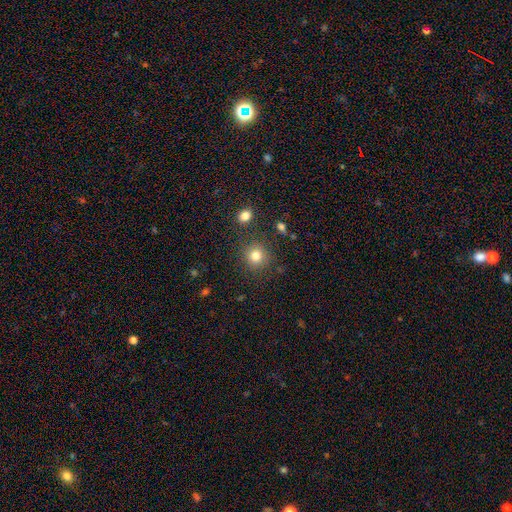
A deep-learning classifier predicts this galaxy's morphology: A smooth galaxy with no disk features (81%) that is round (91%). Merging: none (86%).